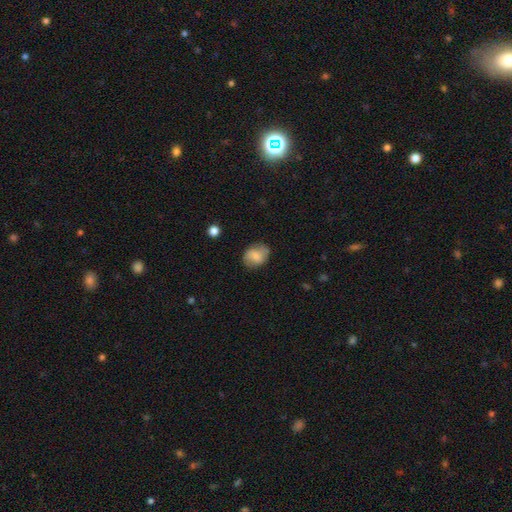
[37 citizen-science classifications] A smooth galaxy with no disk features (68%) that is in between round and cigar-shaped (60%). Merging: none (65%).